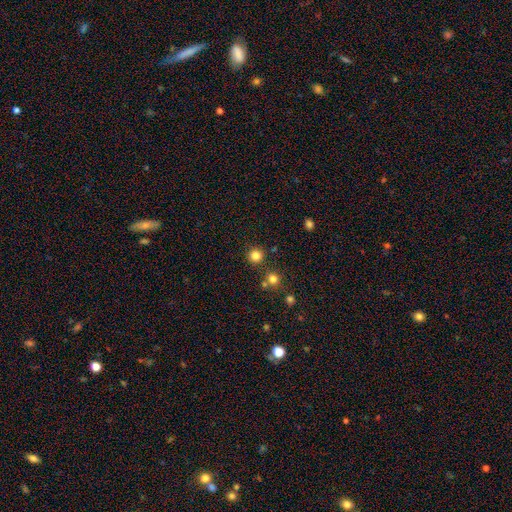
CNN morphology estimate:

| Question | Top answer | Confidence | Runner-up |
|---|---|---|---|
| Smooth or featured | smooth | 82% | star or artifact (14%) |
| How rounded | round | 94% | in between (5%) |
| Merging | none | 86% | minor disturbance (6%) |